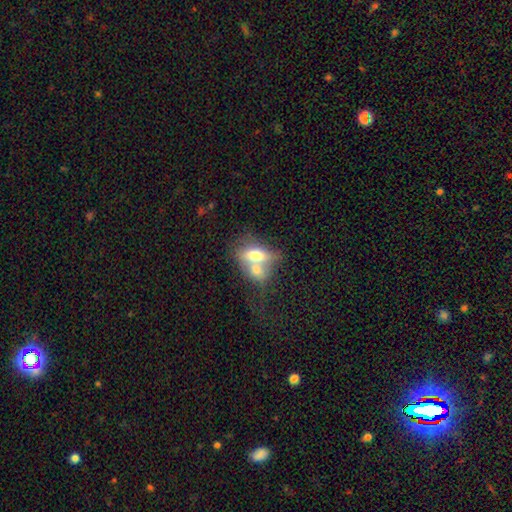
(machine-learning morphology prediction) This is likely a smooth galaxy (67%). How rounded: clearly in between (81%). Merging: likely merger (69%).